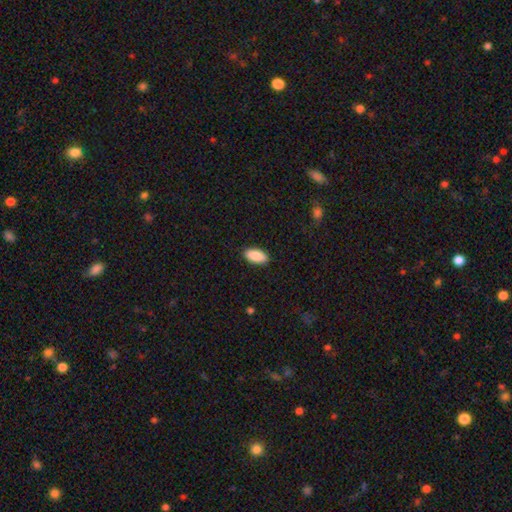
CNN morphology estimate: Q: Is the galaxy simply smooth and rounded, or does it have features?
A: smooth — 89%.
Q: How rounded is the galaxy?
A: in between — 90%.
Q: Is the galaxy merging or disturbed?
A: none — 89%.